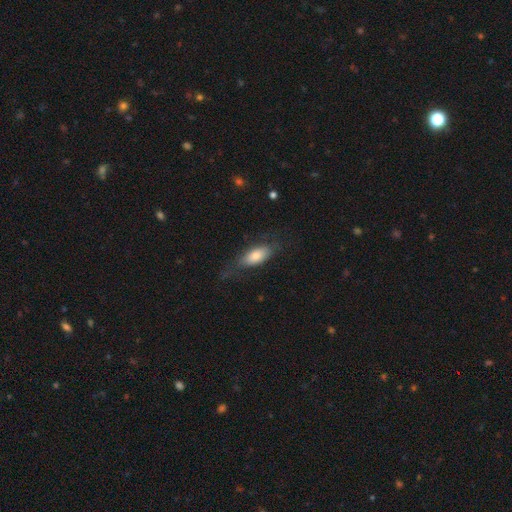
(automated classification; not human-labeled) This appears to be a smooth galaxy with no disk features (68%) that is in between round and cigar-shaped (79%). Merging: none (60%).